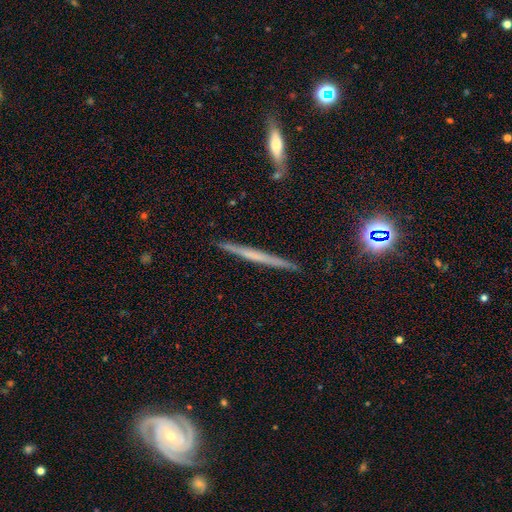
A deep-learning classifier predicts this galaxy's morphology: smooth-or-featured: featured or disk: 54% | smooth: 36% | star or artifact: 9%
  disk-edge-on: yes: 97% | no: 3%
    edge-on-bulge: none: 78% | rounded: 15% | boxy: 7%
  merging: none: 89% | minor disturbance: 8% | merger: 2% | major disturbance: 1%